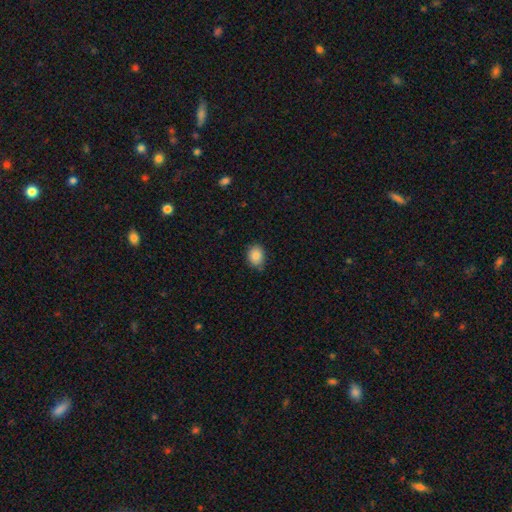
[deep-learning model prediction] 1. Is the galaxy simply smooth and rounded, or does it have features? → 86% smooth, 9% star or artifact, 6% featured or disk.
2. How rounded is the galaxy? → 51% in between, 48% round, 1% cigar-shaped.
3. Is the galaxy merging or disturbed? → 78% none, 18% minor disturbance, 3% major disturbance, 2% merger.